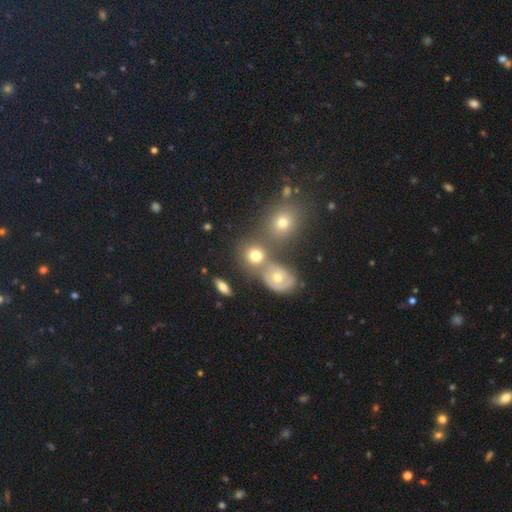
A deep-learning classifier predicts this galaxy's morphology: Smooth or featured? Predicted: smooth (p=0.71). How rounded? Predicted: round (p=0.69). Merging? Predicted: none (p=0.53).